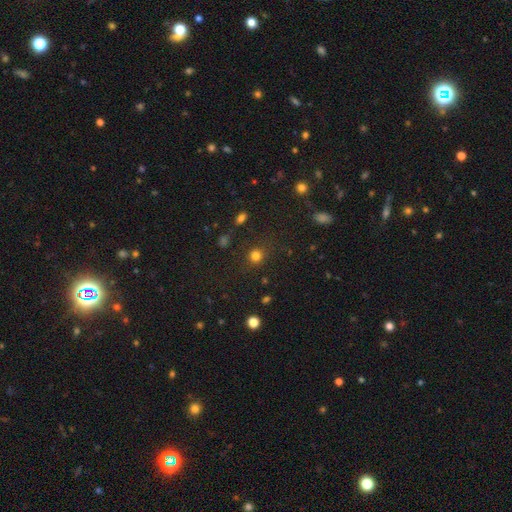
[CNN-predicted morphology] type=smooth (79%); roundness=round (89%); merging=none (85%).